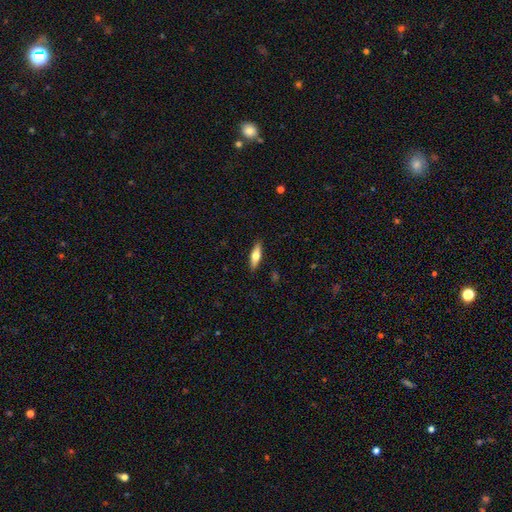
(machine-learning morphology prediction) A smooth galaxy with no disk features (59%) that is cigar-shaped (54%).

Vote fractions:
- Smooth or featured? smooth: 59% / featured or disk: 35% / star or artifact: 6%
- How rounded? cigar-shaped: 54% / in between: 43% / round: 2%
- Merging? none: 89% / minor disturbance: 8% / major disturbance: 2% / merger: 1%